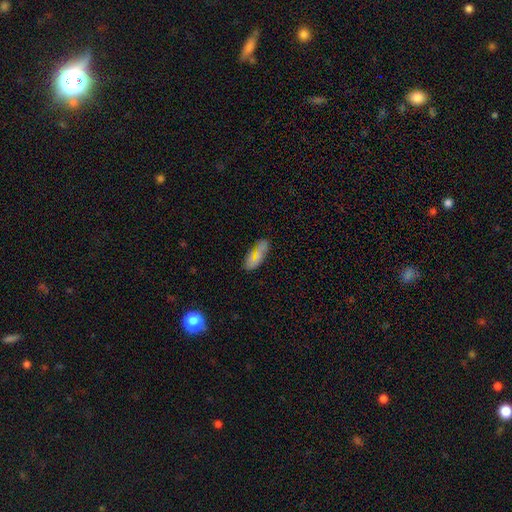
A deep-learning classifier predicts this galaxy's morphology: Smooth or featured? smooth (60%)
How rounded? in between (81%)
Merging? none (79%)